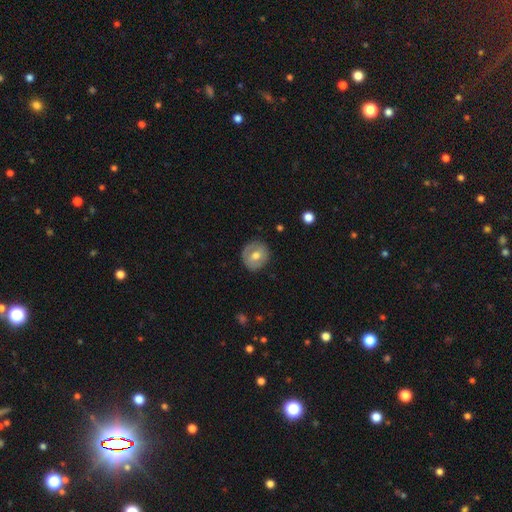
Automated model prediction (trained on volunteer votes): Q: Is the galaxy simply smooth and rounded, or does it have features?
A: smooth — 58%.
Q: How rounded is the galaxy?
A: round — 79%.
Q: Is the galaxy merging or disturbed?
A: none — 82%.